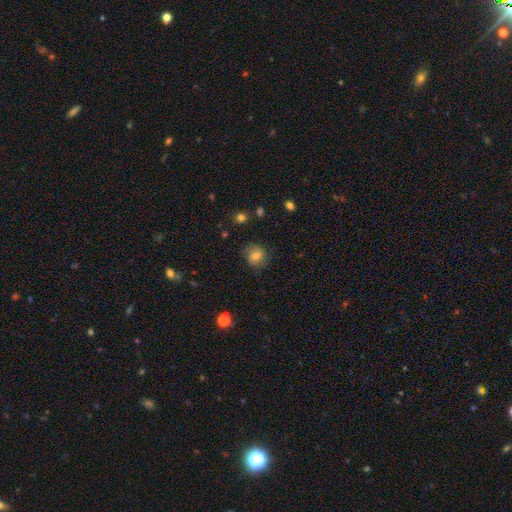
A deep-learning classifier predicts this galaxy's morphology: Smooth or featured? smooth (70%)
How rounded? round (64%)
Merging? none (72%)